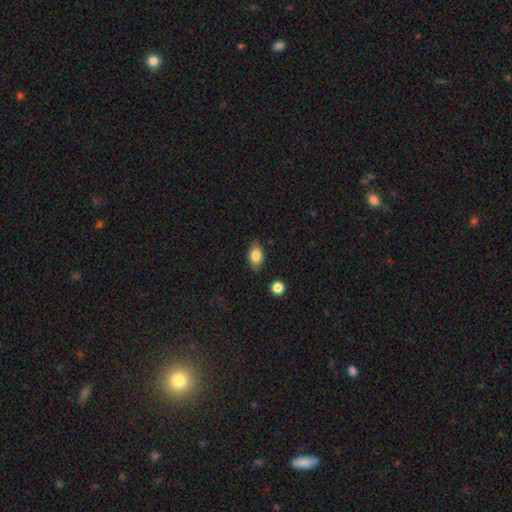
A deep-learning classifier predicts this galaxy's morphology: smooth 83%, featured or disk 9%, star or artifact 8%. Down the decision tree: how rounded — in between (88%); merging — none (83%).